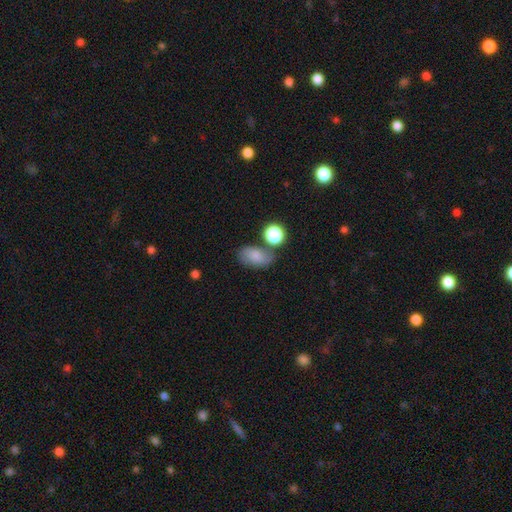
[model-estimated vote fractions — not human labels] Q: Smooth or featured?
A: smooth (73%); runner-up: featured or disk (16%)
Q: How rounded?
A: in between (85%); runner-up: round (13%)
Q: Merging?
A: none (58%); runner-up: minor disturbance (21%)